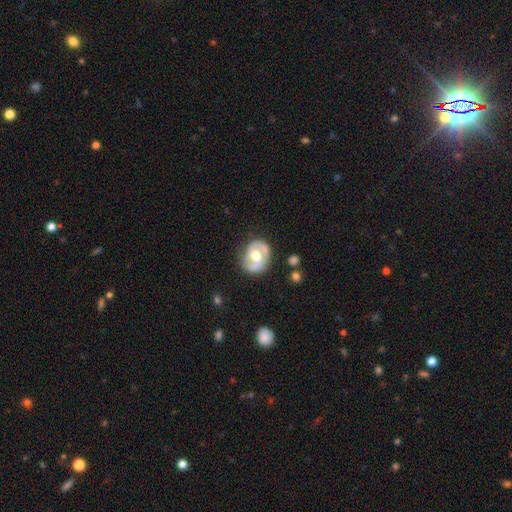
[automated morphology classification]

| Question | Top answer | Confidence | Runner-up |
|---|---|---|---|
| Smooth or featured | featured or disk | 57% | smooth (37%) |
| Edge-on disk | no | 96% | yes (4%) |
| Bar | no | 59% | weak (29%) |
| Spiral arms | no | 59% | yes (41%) |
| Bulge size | moderate | 63% | large (29%) |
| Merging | none | 70% | minor disturbance (20%) |